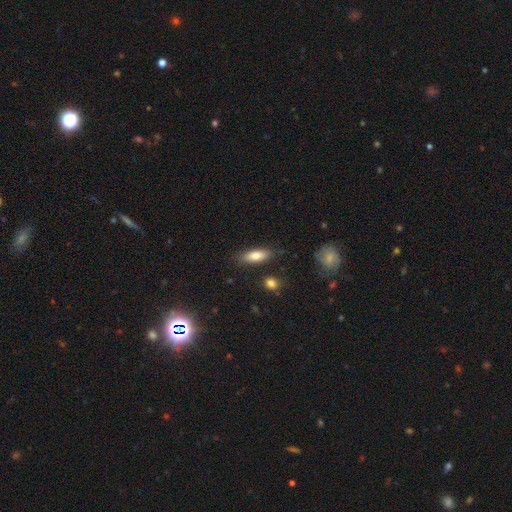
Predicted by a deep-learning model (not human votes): Smooth or featured?
  - smooth: 80% *
  - featured or disk: 13%
  - star or artifact: 7%
How rounded?
  - in between: 65% *
  - cigar-shaped: 33%
  - round: 2%
Merging?
  - none: 83% *
  - minor disturbance: 12%
  - major disturbance: 3%
  - merger: 3%